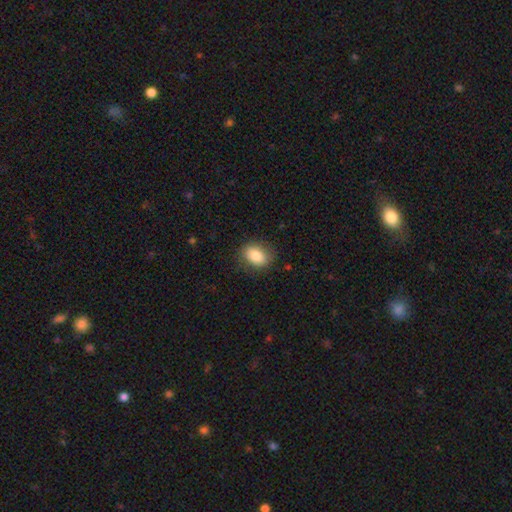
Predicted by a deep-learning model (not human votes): A smooth galaxy with no disk features (84%) that is in between round and cigar-shaped (74%). Merging: none (83%).